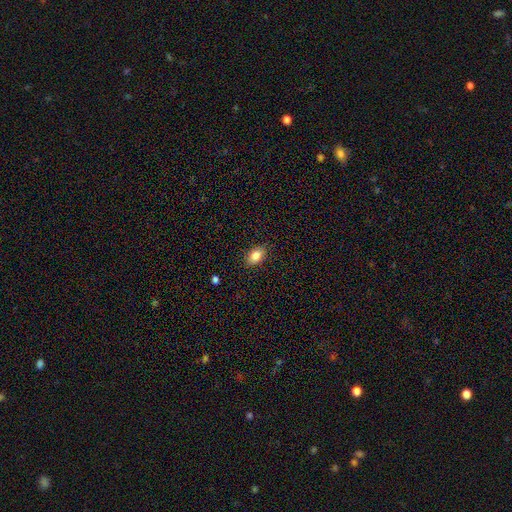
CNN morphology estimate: smooth_or_featured: smooth (p=0.84) [alt: star or artifact p=0.08]
how_rounded: in between (p=0.88) [alt: round p=0.10]
merging: none (p=0.87) [alt: minor disturbance p=0.10]